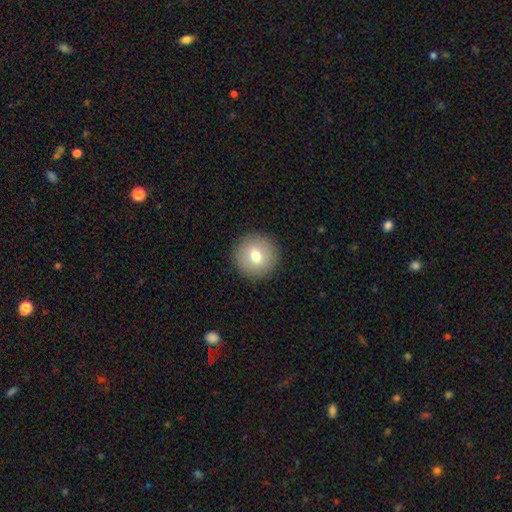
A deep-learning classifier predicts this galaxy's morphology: smooth_or_featured: smooth (p=0.72) [alt: featured or disk p=0.19]
how_rounded: round (p=0.95) [alt: in between p=0.04]
merging: none (p=0.91) [alt: minor disturbance p=0.06]